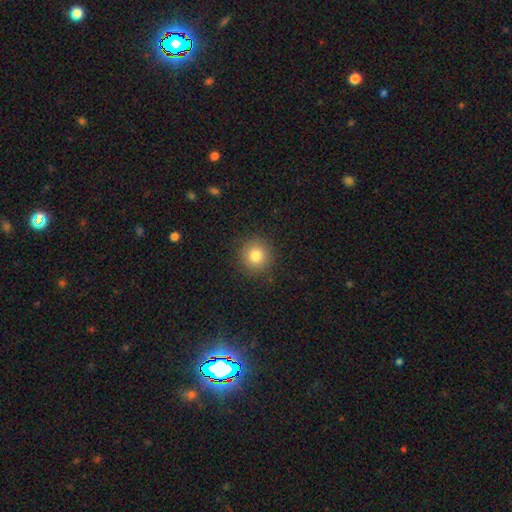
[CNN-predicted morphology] Q: Smooth or featured?
A: smooth (82%); runner-up: star or artifact (11%)
Q: How rounded?
A: round (93%); runner-up: in between (6%)
Q: Merging?
A: none (90%); runner-up: minor disturbance (7%)